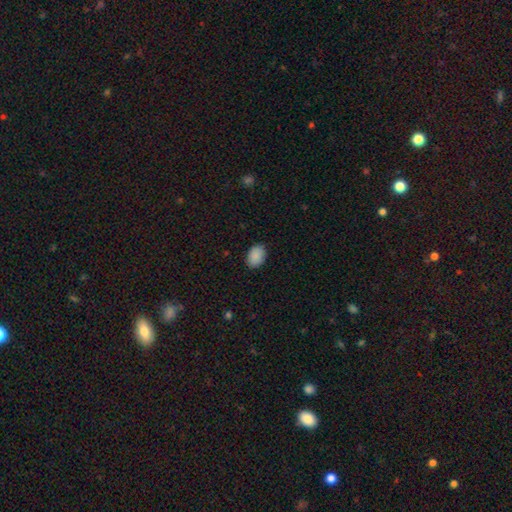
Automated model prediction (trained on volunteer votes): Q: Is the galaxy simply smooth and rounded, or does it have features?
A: smooth — 89%.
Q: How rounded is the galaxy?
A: in between — 81%.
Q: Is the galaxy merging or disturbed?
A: none — 86%.